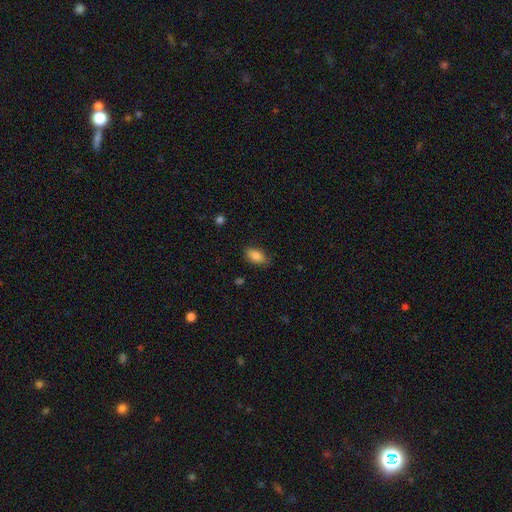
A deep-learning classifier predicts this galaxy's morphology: smooth_or_featured: smooth (p=0.85) [alt: star or artifact p=0.08]
how_rounded: in between (p=0.91) [alt: round p=0.05]
merging: none (p=0.82) [alt: minor disturbance p=0.14]